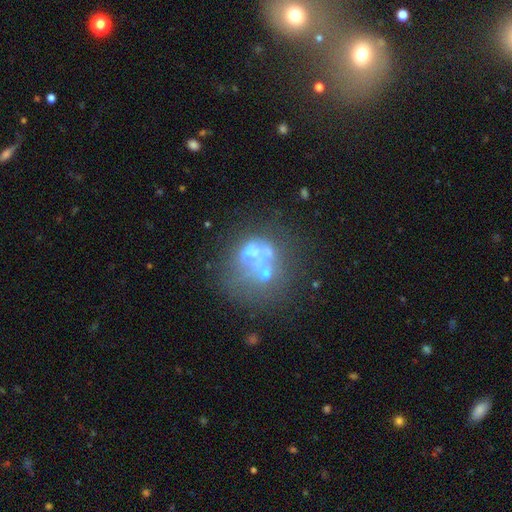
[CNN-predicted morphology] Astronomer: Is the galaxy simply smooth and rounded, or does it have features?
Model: featured or disk — 52% (runner-up: smooth, 28%).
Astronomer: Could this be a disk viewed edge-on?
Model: no — 98%.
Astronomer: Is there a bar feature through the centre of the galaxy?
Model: no — 92%.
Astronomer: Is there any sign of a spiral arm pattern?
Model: no — 95%.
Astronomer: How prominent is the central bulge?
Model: none — 48% (runner-up: moderate, 25%).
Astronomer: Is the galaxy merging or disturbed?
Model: merger — 33% (runner-up: none, 29%).